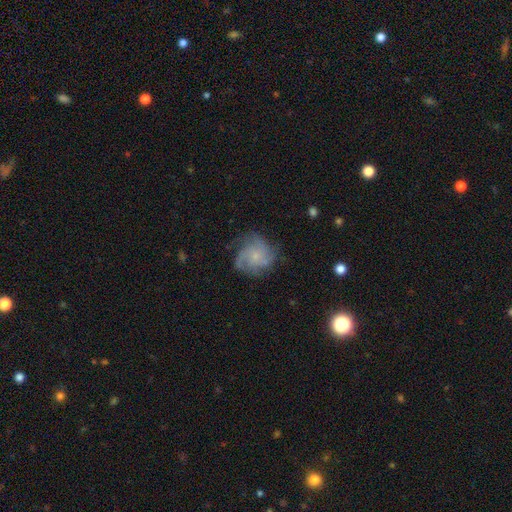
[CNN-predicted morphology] featured or disk 72%, smooth 20%, star or artifact 8%. Down the decision tree: edge-on disk — no (98%); bar — no (80%); spiral arms — yes (93%); spiral arm count — 3 (37%); spiral winding — medium (44%); bulge size — small (74%); merging — none (68%).